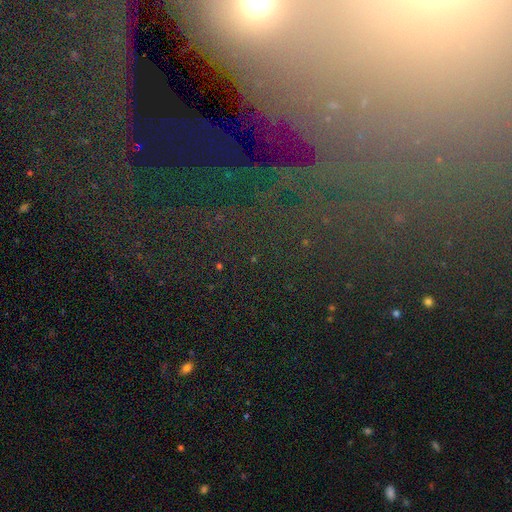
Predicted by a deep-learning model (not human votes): Smooth or featured? Predicted: star or artifact (p=0.51).